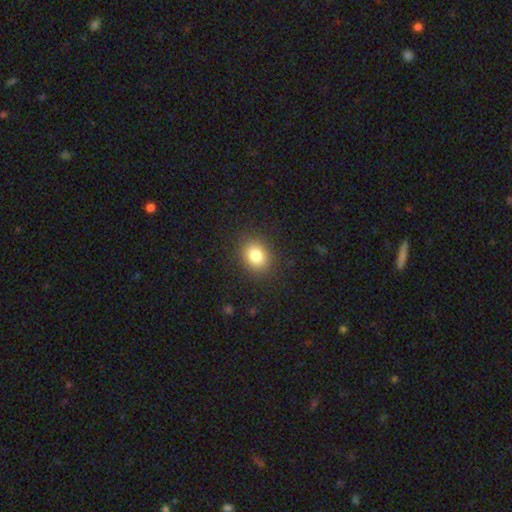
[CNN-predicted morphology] Smooth or featured? smooth (83%)
How rounded? in between (52%)
Merging? none (87%)